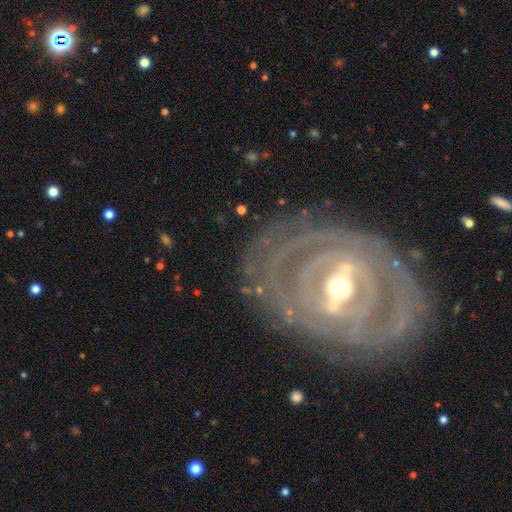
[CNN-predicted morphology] Overall: featured or disk (88%). Edge-on disk: no (92%). Bar: strong (60%; weak 29%). Spiral arms: yes (85%). Spiral arm count: can't tell (40%; 2 19%). Spiral winding: tight (78%). Bulge size: moderate (65%; small 25%). Merging: none (78%).